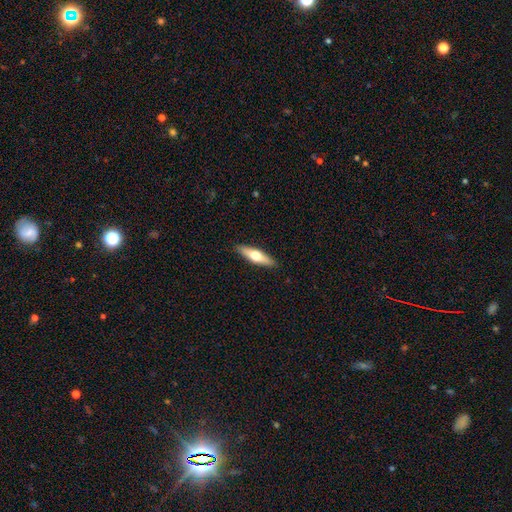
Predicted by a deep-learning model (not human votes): Smooth or featured: smooth — 50% (featured or disk — 45%)
Merging: none — 90% (minor disturbance — 7%)